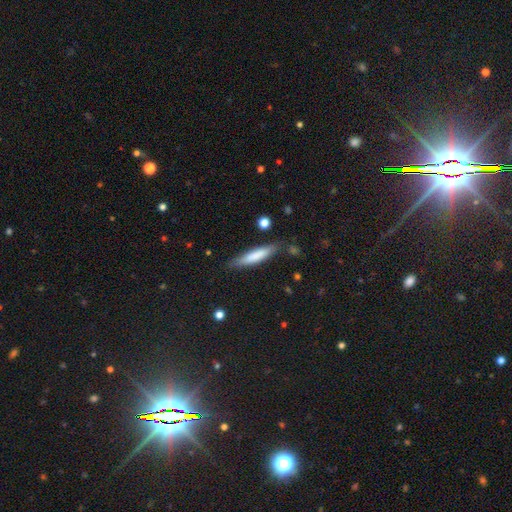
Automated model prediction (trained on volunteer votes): This is likely a smooth galaxy (73%). How rounded: clearly cigar-shaped (83%). Merging: clearly none (80%).